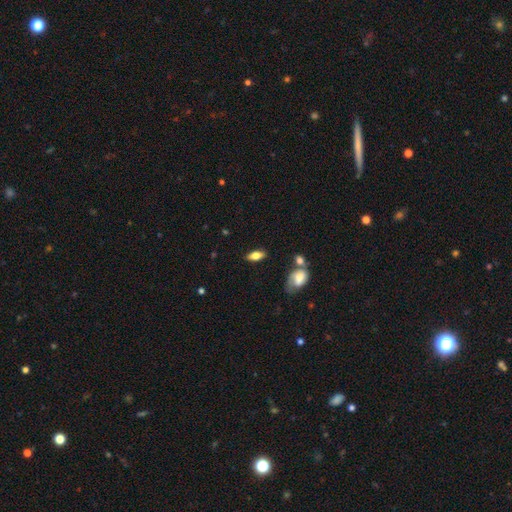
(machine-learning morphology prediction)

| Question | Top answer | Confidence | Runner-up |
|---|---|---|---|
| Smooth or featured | smooth | 65% | featured or disk (27%) |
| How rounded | in between | 79% | cigar-shaped (17%) |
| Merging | none | 79% | minor disturbance (13%) |